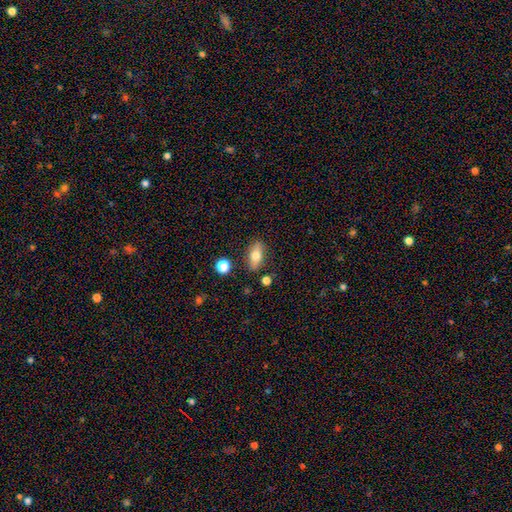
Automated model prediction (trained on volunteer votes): This is likely a smooth galaxy (70%). How rounded: likely in between (77%). Merging: clearly none (84%).